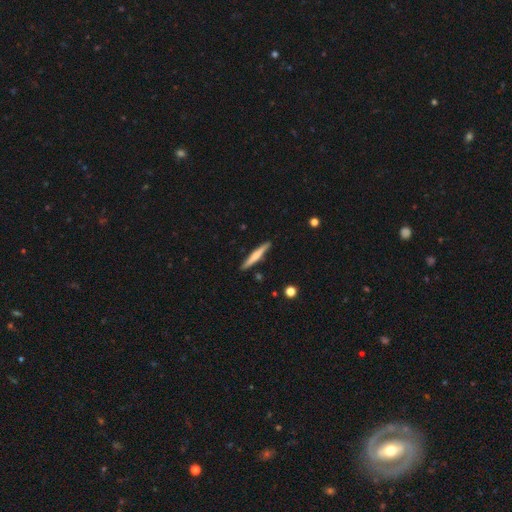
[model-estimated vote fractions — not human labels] Overall: smooth (49%; featured or disk 45%). Merging: none (89%).